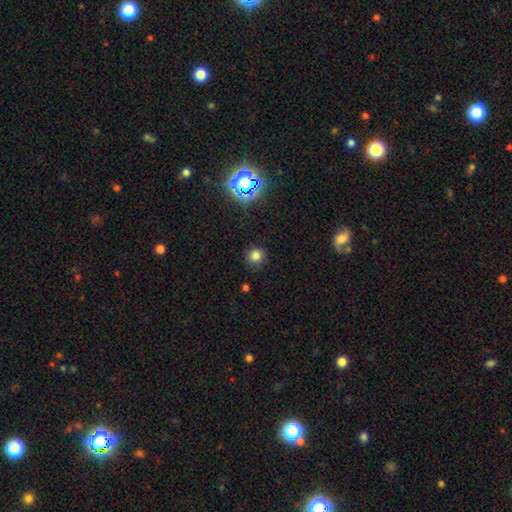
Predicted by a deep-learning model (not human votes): Smooth or featured?
  - smooth: 77% *
  - star or artifact: 18%
  - featured or disk: 5%
How rounded?
  - round: 91% *
  - in between: 8%
  - cigar-shaped: 1%
Merging?
  - none: 86% *
  - minor disturbance: 10%
  - major disturbance: 3%
  - merger: 2%